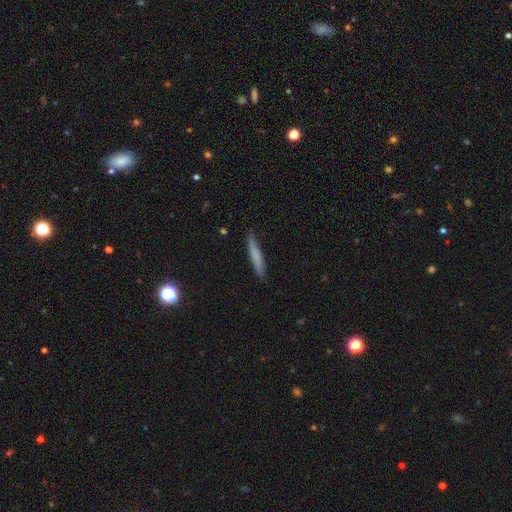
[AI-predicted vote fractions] The model was most divided on "smooth or featured": smooth: 73%, featured or disk: 21%, star or artifact: 7%. More confident: how rounded — cigar-shaped (94%); merging — none (87%).